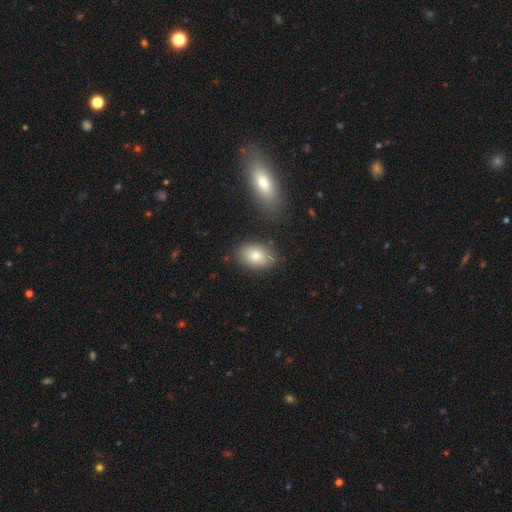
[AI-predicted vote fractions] Smooth or featured? smooth (83%)
How rounded? in between (88%)
Merging? none (80%)